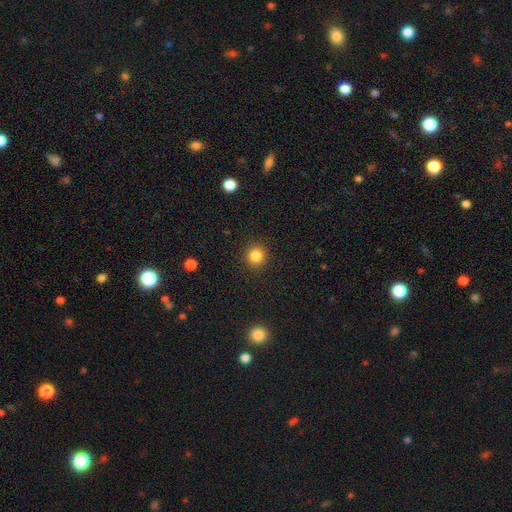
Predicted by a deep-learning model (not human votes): A smooth galaxy with no disk features (84%) that is round (91%). Merging: none (91%).